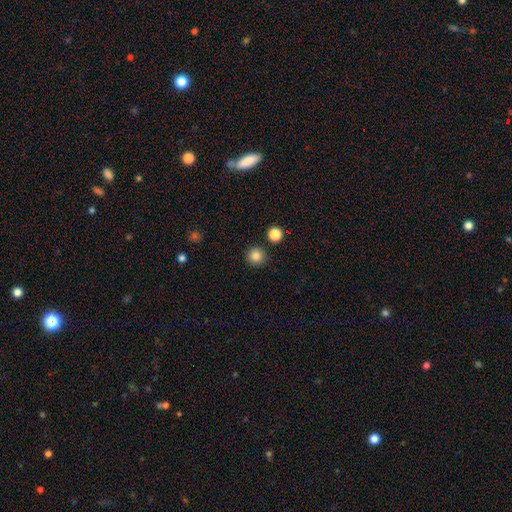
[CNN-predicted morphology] type=smooth (85%); roundness=round (95%); merging=none (89%).